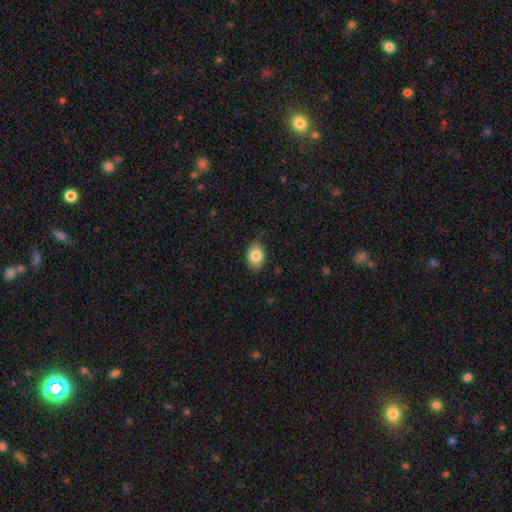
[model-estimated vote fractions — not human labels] This is clearly a smooth galaxy (84%). How rounded: likely in between (70%). Merging: likely none (79%).